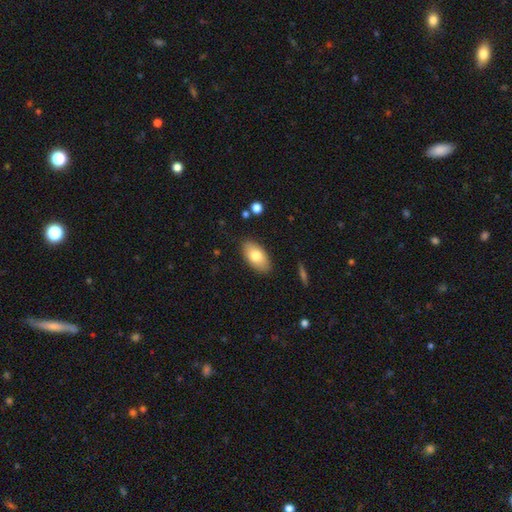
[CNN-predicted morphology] Smooth or featured?
  - smooth: 76% *
  - featured or disk: 17%
  - star or artifact: 6%
How rounded?
  - in between: 93% *
  - round: 4%
  - cigar-shaped: 3%
Merging?
  - none: 86% *
  - minor disturbance: 10%
  - major disturbance: 2%
  - merger: 1%